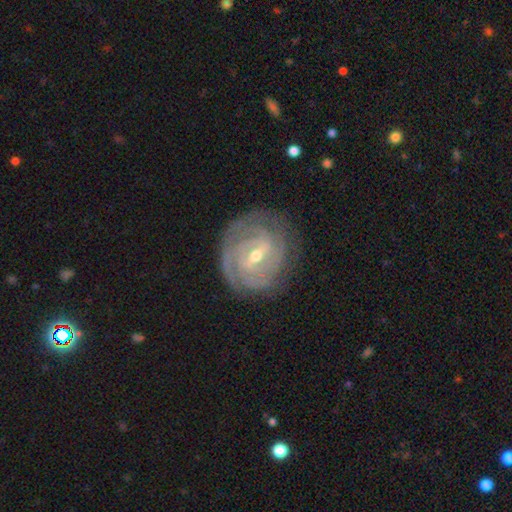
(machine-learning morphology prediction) This is clearly a featured or disk galaxy (85%). It is clearly not viewed edge-on (97%). Bar: possibly weak (50%). Spiral arm pattern: clearly yes (93%). Spiral arm count: marginally can't tell (35%). Spiral winding: likely tight (78%). Central bulge: possibly small (49%). Merging: likely none (78%).